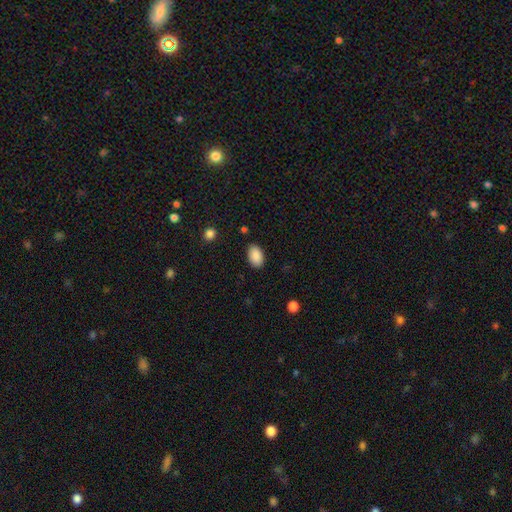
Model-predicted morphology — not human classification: This appears to be a smooth galaxy with no disk features (90%) that is in between round and cigar-shaped (91%). Merging: none (87%).